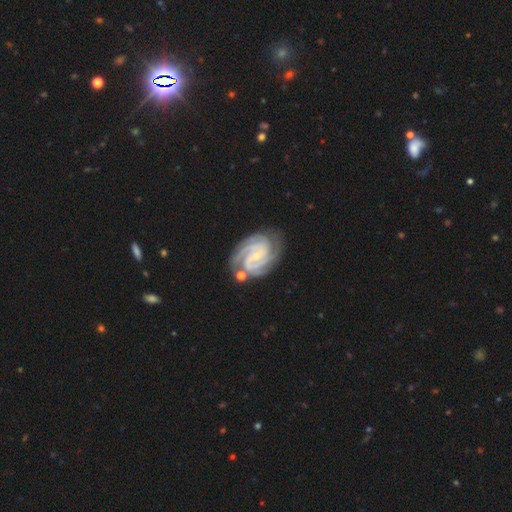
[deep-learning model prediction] Smooth or featured? featured or disk (92%)
Edge-on disk? no (98%)
Bar? no (53%)
Spiral arms? yes (99%)
Spiral winding? tight (72%)
Spiral arm count? 3 (41%)
Bulge size? small (79%)
Merging? none (73%)